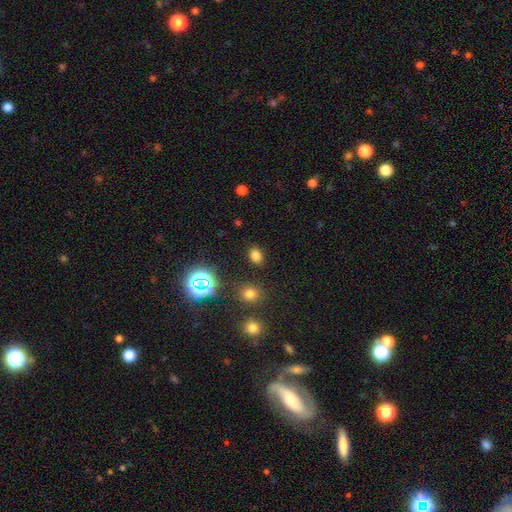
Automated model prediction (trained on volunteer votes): Overall: smooth (74%). How rounded: in between (68%; round 31%). Merging: none (86%).